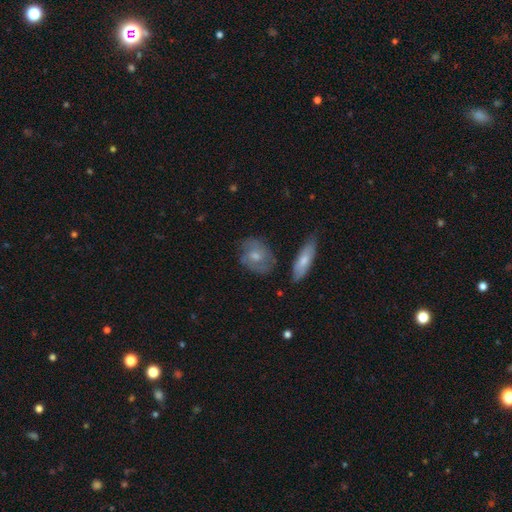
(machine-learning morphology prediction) Smooth or featured?
  - smooth: 51% *
  - featured or disk: 43%
  - star or artifact: 6%
How rounded?
  - in between: 56% *
  - round: 41%
  - cigar-shaped: 3%
Merging?
  - none: 65% *
  - minor disturbance: 22%
  - major disturbance: 8%
  - merger: 5%